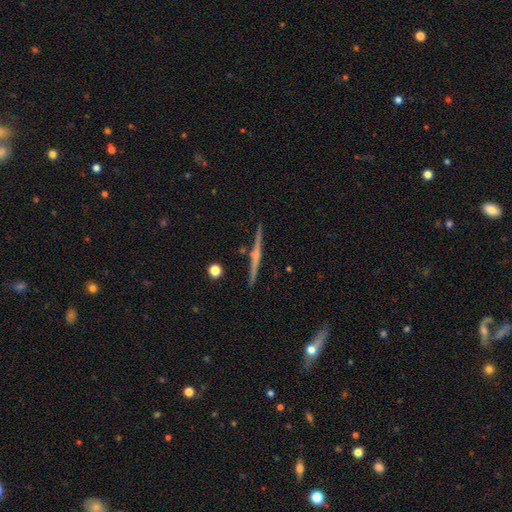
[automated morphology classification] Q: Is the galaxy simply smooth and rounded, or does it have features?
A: featured or disk — 72%.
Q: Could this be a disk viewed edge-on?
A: yes — 98%.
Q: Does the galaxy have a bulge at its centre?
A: rounded — 53%.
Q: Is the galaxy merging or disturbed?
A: none — 89%.